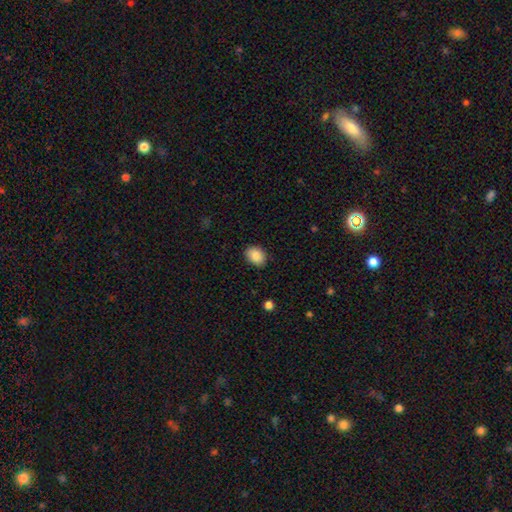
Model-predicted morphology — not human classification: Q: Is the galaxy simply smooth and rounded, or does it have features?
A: smooth — 88%.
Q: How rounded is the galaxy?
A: in between — 65%.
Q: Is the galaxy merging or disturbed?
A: none — 86%.